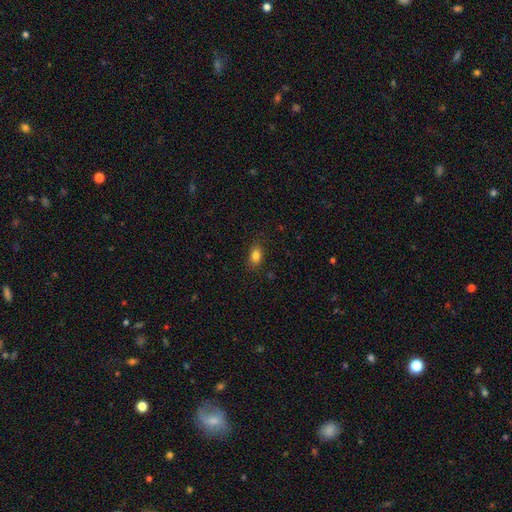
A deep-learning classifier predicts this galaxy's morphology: Overall: smooth (83%). How rounded: in between (82%). Merging: none (84%).